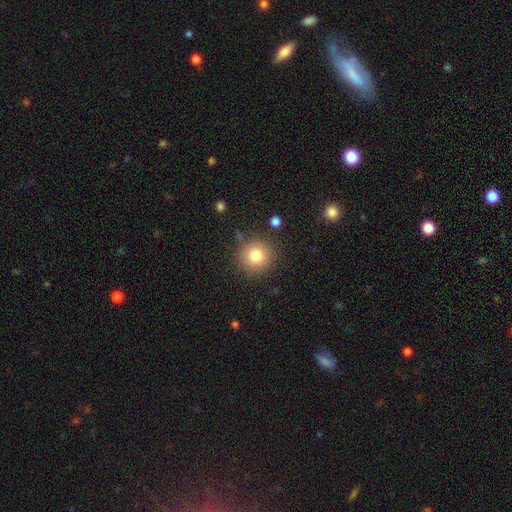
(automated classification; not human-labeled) Smooth or featured? smooth (80%)
How rounded? round (94%)
Merging? none (86%)